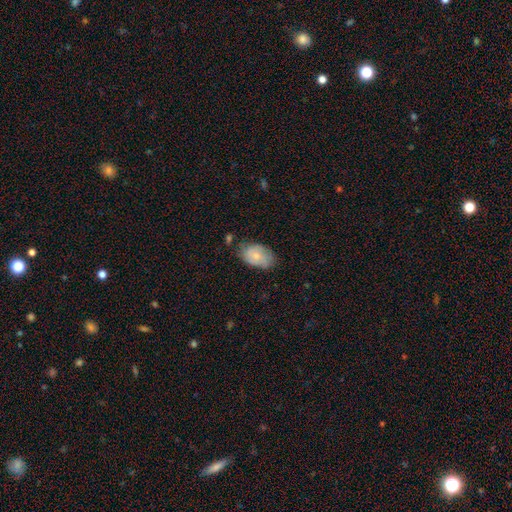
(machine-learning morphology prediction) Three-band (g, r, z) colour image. It shows a smooth galaxy with no disk features (66%) that is in between round and cigar-shaped (89%). Merging: none (62%).